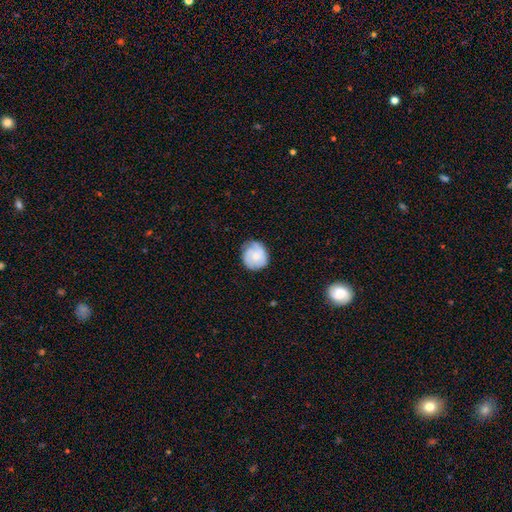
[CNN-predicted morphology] Smooth or featured?
  - smooth: 58% *
  - featured or disk: 35%
  - star or artifact: 7%
How rounded?
  - round: 85% *
  - in between: 14%
  - cigar-shaped: 1%
Merging?
  - none: 69% *
  - minor disturbance: 25%
  - major disturbance: 5%
  - merger: 1%